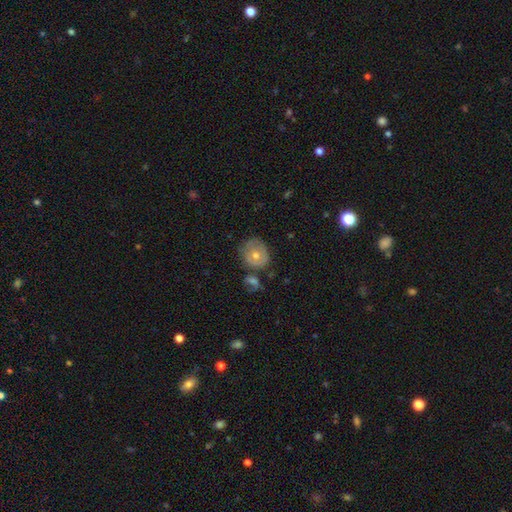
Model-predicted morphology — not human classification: smooth_or_featured: smooth (p=0.48) [alt: featured or disk p=0.41]
merging: none (p=0.68) [alt: minor disturbance p=0.18]